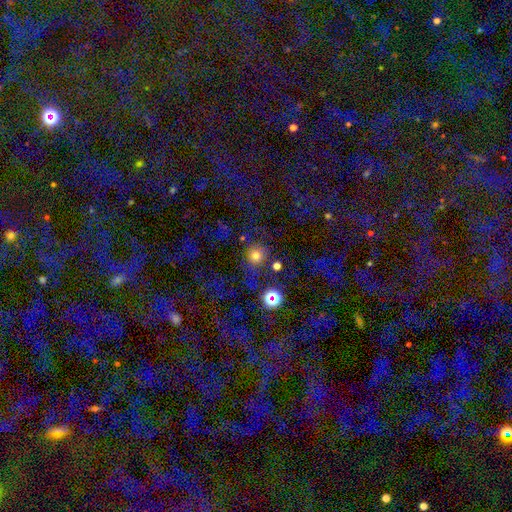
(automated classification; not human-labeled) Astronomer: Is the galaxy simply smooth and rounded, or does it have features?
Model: smooth — 64%.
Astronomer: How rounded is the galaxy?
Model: round — 86%.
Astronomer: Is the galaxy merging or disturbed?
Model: none — 64%.